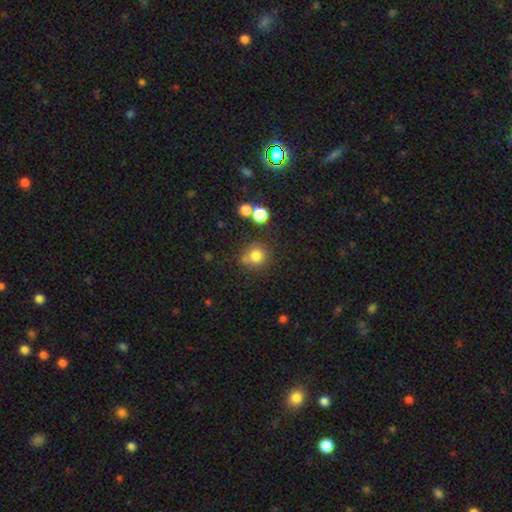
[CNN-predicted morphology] A smooth galaxy with no disk features (78%) that is round (90%).

Vote fractions:
- Smooth or featured? smooth: 78% / star or artifact: 14% / featured or disk: 8%
- How rounded? round: 90% / in between: 9% / cigar-shaped: 1%
- Merging? none: 67% / merger: 15% / minor disturbance: 13% / major disturbance: 5%